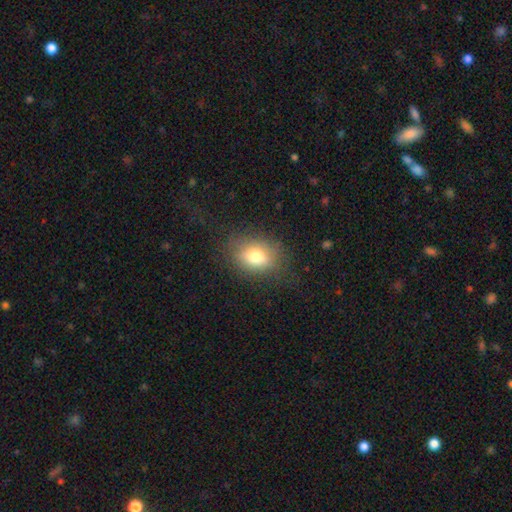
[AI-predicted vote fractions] This appears to be a smooth galaxy with no disk features (76%) that is in between round and cigar-shaped (65%). Merging: none (78%).